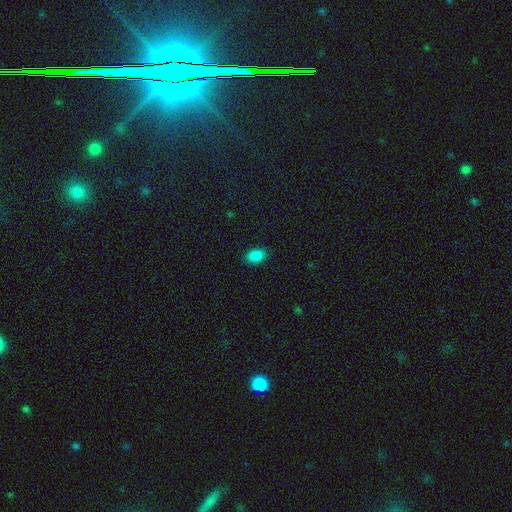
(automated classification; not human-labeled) smooth_or_featured: smooth (p=0.86) [alt: star or artifact p=0.10]
how_rounded: in between (p=0.87) [alt: round p=0.11]
merging: none (p=0.86) [alt: minor disturbance p=0.11]